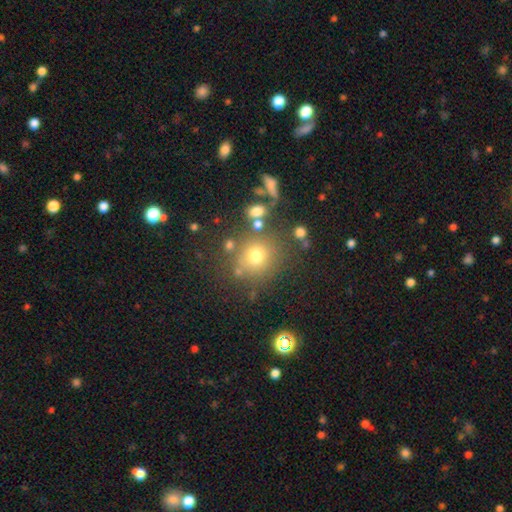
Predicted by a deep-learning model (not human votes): Smooth or featured? smooth (71%)
How rounded? round (86%)
Merging? none (75%)